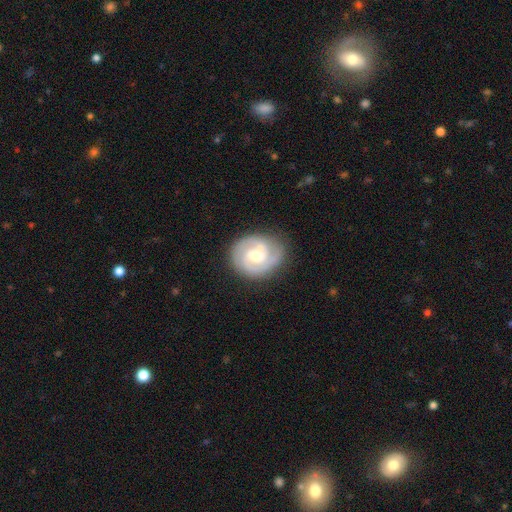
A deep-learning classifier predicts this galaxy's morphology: Q: Smooth or featured?
A: featured or disk (82%); runner-up: smooth (14%)
Q: Edge-on disk?
A: no (98%); runner-up: yes (2%)
Q: Bar?
A: weak (52%); runner-up: no (36%)
Q: Spiral arms?
A: yes (95%); runner-up: no (5%)
Q: Spiral winding?
A: tight (50%); runner-up: medium (41%)
Q: Spiral arm count?
A: 2 (65%); runner-up: 3 (16%)
Q: Bulge size?
A: moderate (56%); runner-up: small (35%)
Q: Merging?
A: none (76%); runner-up: minor disturbance (16%)